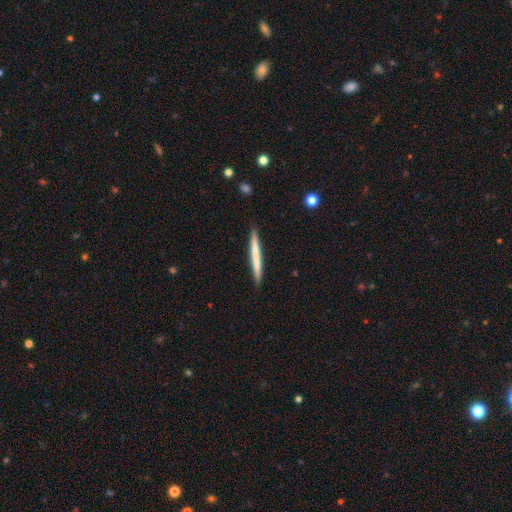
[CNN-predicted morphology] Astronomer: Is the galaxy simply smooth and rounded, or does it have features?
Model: smooth — 60%.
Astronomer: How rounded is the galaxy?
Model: cigar-shaped — 97%.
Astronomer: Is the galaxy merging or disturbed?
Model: none — 91%.